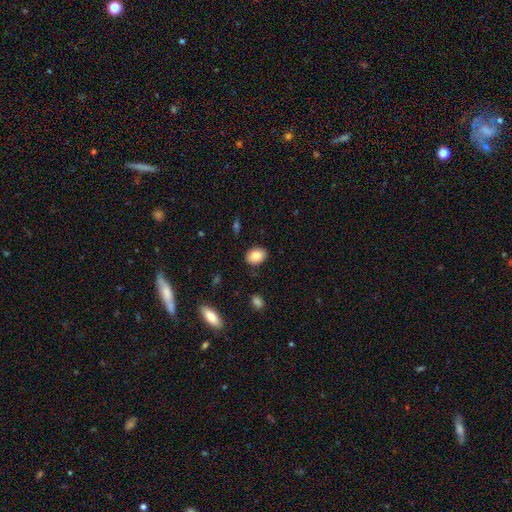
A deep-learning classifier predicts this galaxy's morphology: Smooth or featured: smooth — 81% (featured or disk — 10%)
How rounded: in between — 70% (round — 28%)
Merging: none — 88% (minor disturbance — 9%)